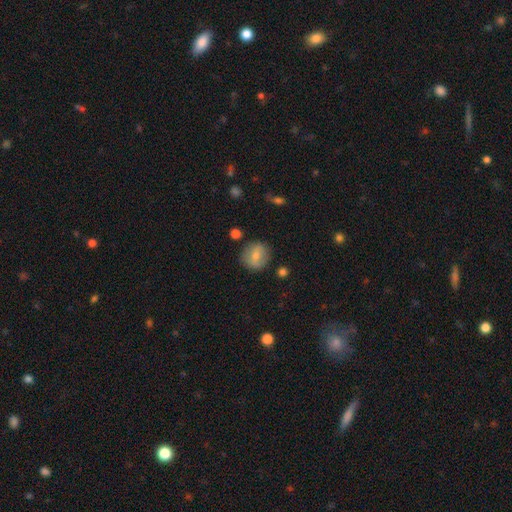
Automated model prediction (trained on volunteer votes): smooth-or-featured: smooth: 70% | featured or disk: 22% | star or artifact: 8%
  how-rounded: round: 85% | in between: 14% | cigar-shaped: 1%
  merging: none: 84% | minor disturbance: 10% | major disturbance: 3% | merger: 2%